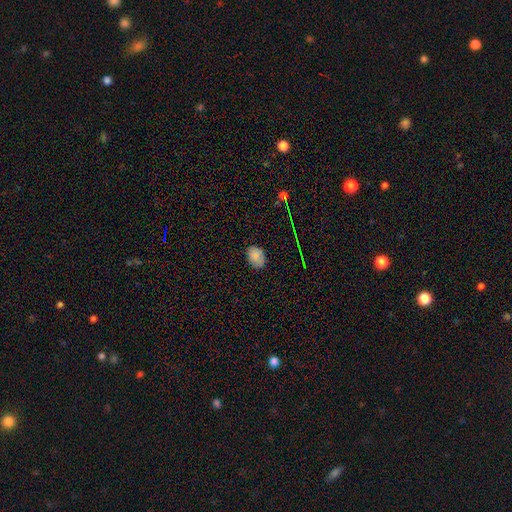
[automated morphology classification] A smooth galaxy with no disk features (81%) that is in between round and cigar-shaped (78%).

Vote fractions:
- Smooth or featured? smooth: 81% / star or artifact: 12% / featured or disk: 6%
- How rounded? in between: 78% / round: 21% / cigar-shaped: 1%
- Merging? none: 80% / minor disturbance: 16% / major disturbance: 3% / merger: 1%